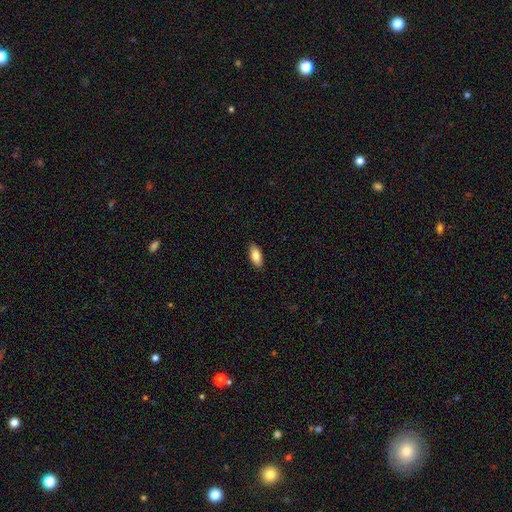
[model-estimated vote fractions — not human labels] A smooth galaxy with no disk features (83%) that is in between round and cigar-shaped (85%). Merging: none (88%).